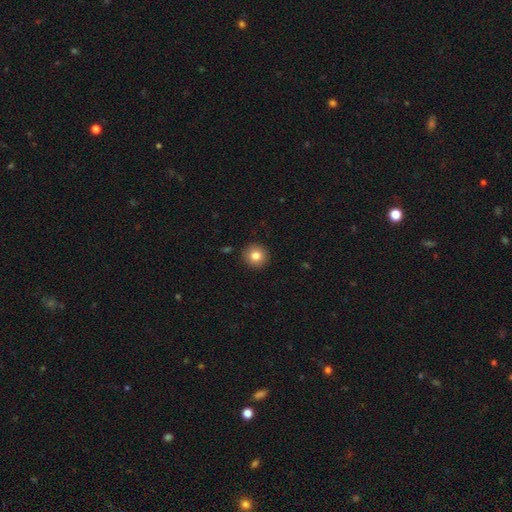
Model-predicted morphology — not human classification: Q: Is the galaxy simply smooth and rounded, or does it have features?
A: smooth — 83%.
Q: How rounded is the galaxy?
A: round — 92%.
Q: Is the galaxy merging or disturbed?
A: none — 91%.